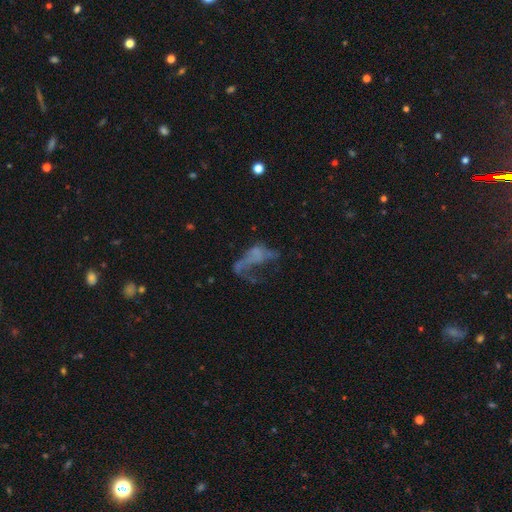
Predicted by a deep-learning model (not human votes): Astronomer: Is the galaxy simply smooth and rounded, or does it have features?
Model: featured or disk — 51% (runner-up: smooth, 29%).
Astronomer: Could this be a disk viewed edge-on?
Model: no — 95%.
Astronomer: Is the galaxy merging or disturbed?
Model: major disturbance — 54%.